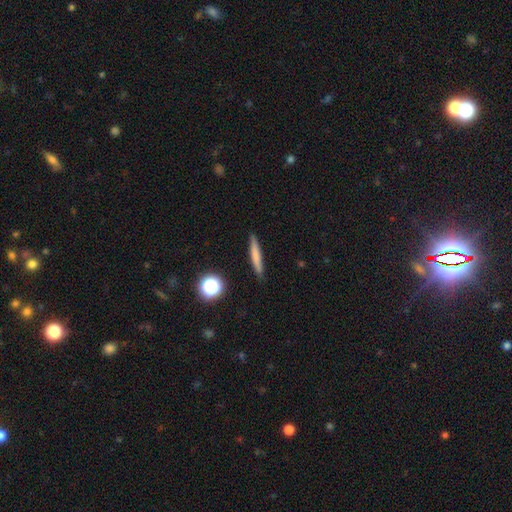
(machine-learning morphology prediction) Smooth or featured? smooth (68%)
How rounded? cigar-shaped (93%)
Merging? none (88%)